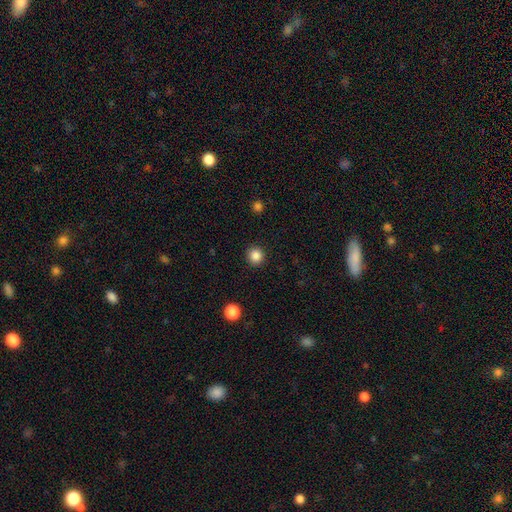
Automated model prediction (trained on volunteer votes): This is clearly a smooth galaxy (85%). How rounded: clearly round (94%). Merging: clearly none (92%).